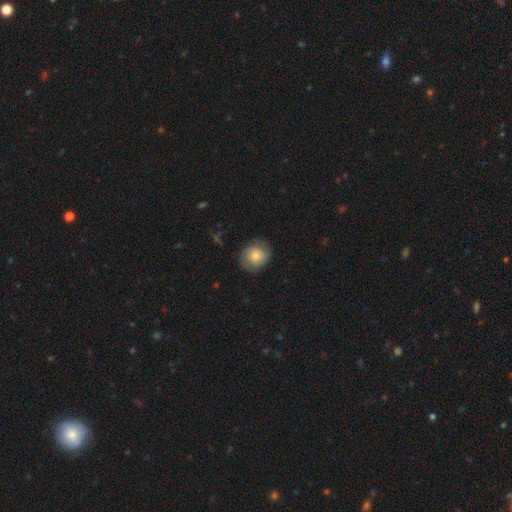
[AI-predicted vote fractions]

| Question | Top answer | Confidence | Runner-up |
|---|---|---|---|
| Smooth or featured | smooth | 71% | featured or disk (22%) |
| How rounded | round | 73% | in between (26%) |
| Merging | none | 76% | minor disturbance (18%) |